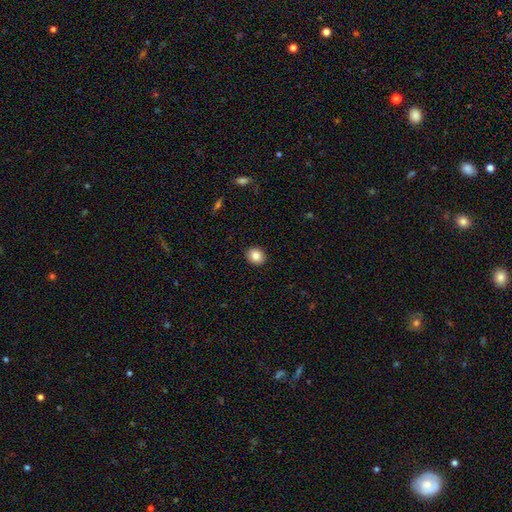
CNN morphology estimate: This appears to be a smooth galaxy with no disk features (84%) that is round (67%). Merging: none (92%).